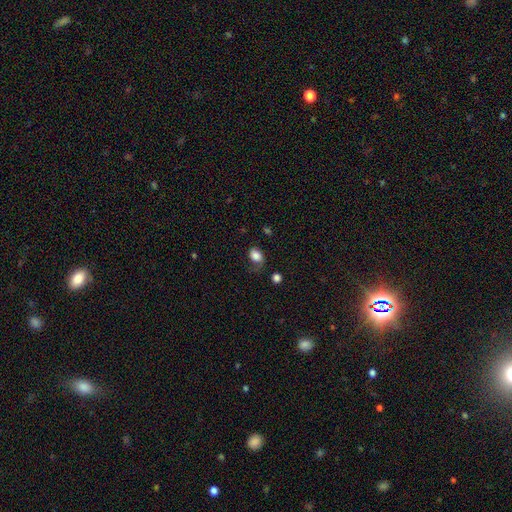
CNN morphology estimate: This appears to be a smooth galaxy with no disk features (74%) that is in between round and cigar-shaped (71%). Merging: none (42%).